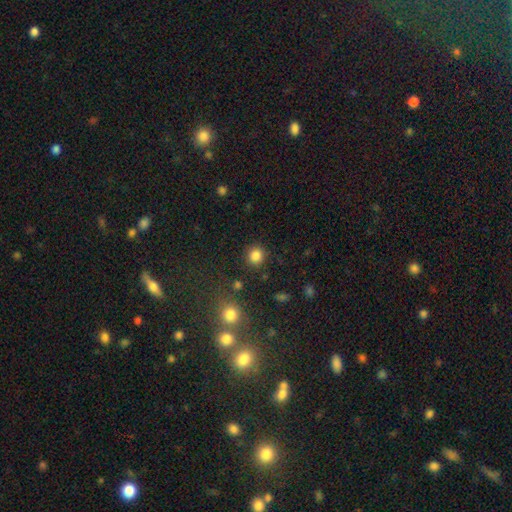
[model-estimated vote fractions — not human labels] smooth_or_featured: smooth (p=0.84) [alt: star or artifact p=0.12]
how_rounded: round (p=0.90) [alt: in between p=0.09]
merging: none (p=0.89) [alt: minor disturbance p=0.06]